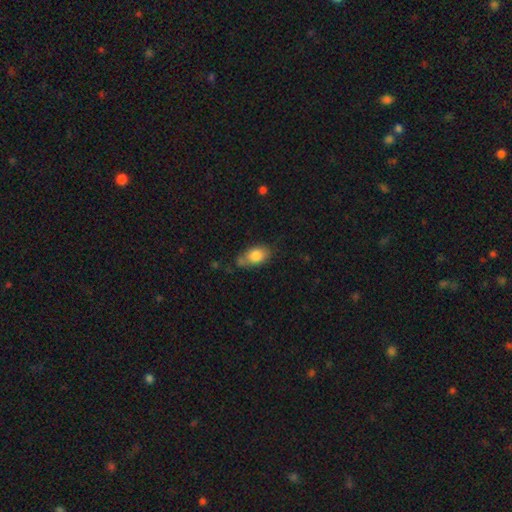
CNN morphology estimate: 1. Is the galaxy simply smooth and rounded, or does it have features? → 82% smooth, 11% featured or disk, 7% star or artifact.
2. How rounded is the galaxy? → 86% in between, 11% round, 3% cigar-shaped.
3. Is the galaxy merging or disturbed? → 55% none, 29% minor disturbance, 8% major disturbance, 8% merger.